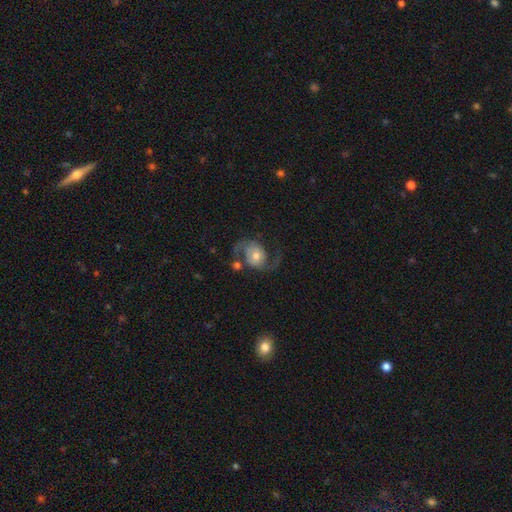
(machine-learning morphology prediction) This is clearly a featured or disk galaxy (82%). It is clearly not viewed edge-on (98%). Bar: likely no (70%). Spiral arm pattern: clearly yes (95%). Spiral arm count: clearly 2 (92%). Spiral winding: possibly loose (50%). Central bulge: likely moderate (62%). Merging: likely none (62%).